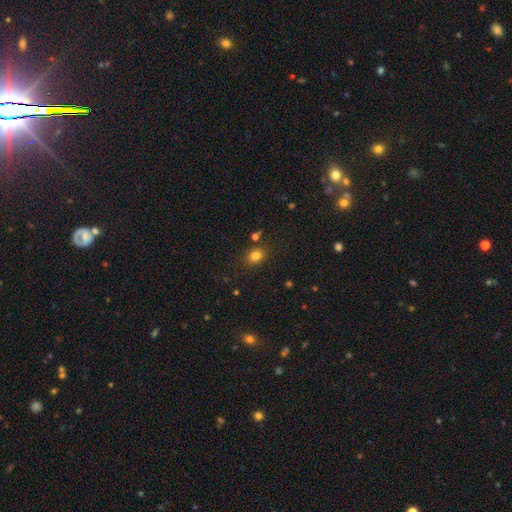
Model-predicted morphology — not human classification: Smooth or featured?
  - smooth: 79% *
  - star or artifact: 14%
  - featured or disk: 7%
How rounded?
  - round: 54% *
  - in between: 45%
  - cigar-shaped: 1%
Merging?
  - none: 80% *
  - minor disturbance: 11%
  - merger: 5%
  - major disturbance: 4%